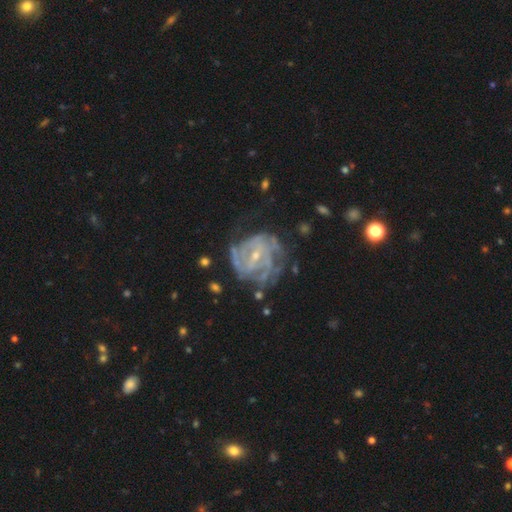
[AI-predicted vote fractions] Q: Smooth or featured?
A: featured or disk (86%); runner-up: smooth (7%)
Q: Edge-on disk?
A: no (98%); runner-up: yes (2%)
Q: Bar?
A: weak (46%); runner-up: no (39%)
Q: Spiral arms?
A: yes (92%); runner-up: no (8%)
Q: Spiral winding?
A: tight (63%); runner-up: medium (30%)
Q: Spiral arm count?
A: can't tell (38%); runner-up: 3 (18%)
Q: Bulge size?
A: small (69%); runner-up: moderate (27%)
Q: Merging?
A: none (59%); runner-up: minor disturbance (22%)